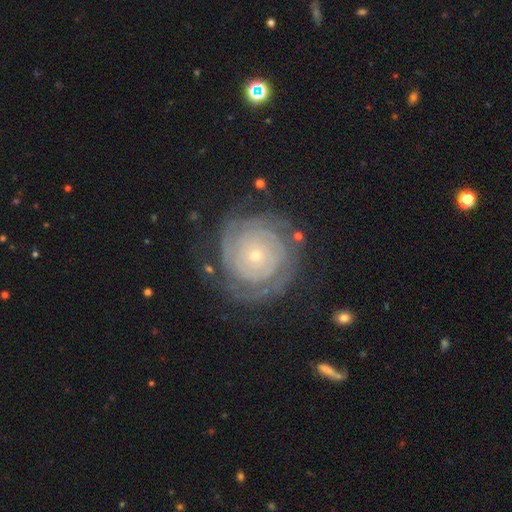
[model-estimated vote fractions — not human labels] Morphology: type=featured or disk (84%); edge-on=no (98%); bar=no (84%); spiral arms=yes (95%); winding=tight (86%); arm count=can't tell (30%); bulge=small (82%); merging=none (76%).